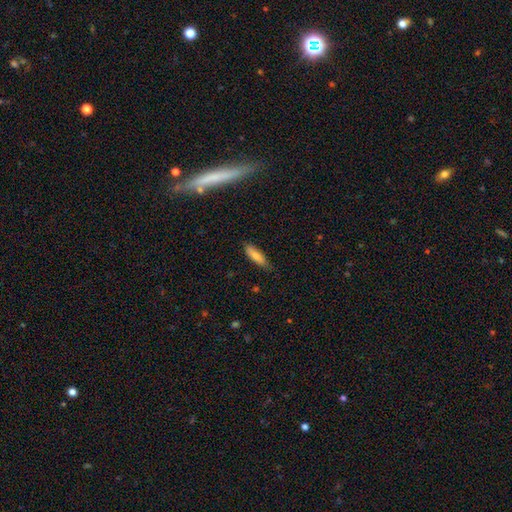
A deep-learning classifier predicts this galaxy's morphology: Smooth or featured: smooth — 78% (featured or disk — 16%)
How rounded: cigar-shaped — 52% (in between — 46%)
Merging: none — 80% (minor disturbance — 16%)